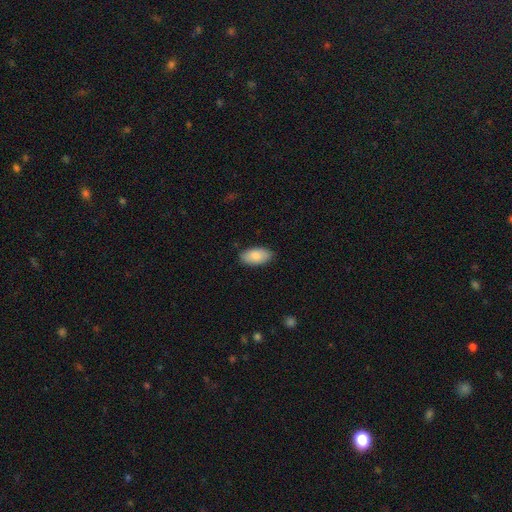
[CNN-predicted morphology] Overall: smooth (84%). How rounded: in between (95%). Merging: none (86%).